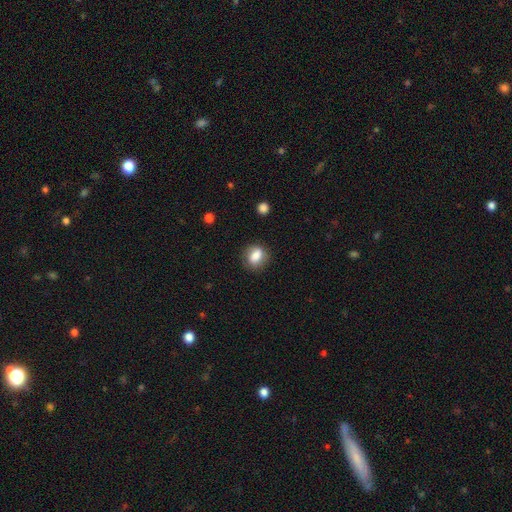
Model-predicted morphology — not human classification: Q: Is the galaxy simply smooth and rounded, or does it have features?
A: smooth — 80%.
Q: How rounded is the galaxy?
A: in between — 54%.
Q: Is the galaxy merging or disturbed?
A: none — 79%.